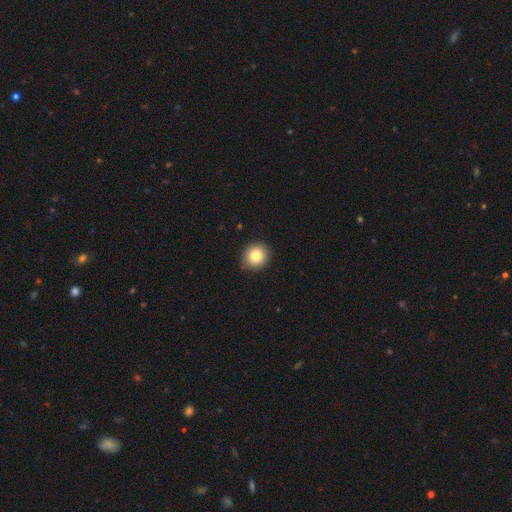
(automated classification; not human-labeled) Smooth or featured: smooth — 85% (star or artifact — 9%)
How rounded: round — 88% (in between — 11%)
Merging: none — 87% (minor disturbance — 10%)